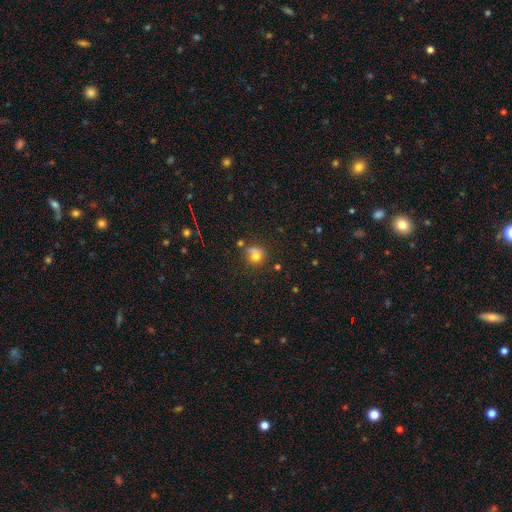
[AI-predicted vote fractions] Smooth or featured?
  - smooth: 74% *
  - star or artifact: 14%
  - featured or disk: 12%
How rounded?
  - round: 80% *
  - in between: 19%
  - cigar-shaped: 1%
Merging?
  - none: 53% *
  - minor disturbance: 21%
  - merger: 16%
  - major disturbance: 10%